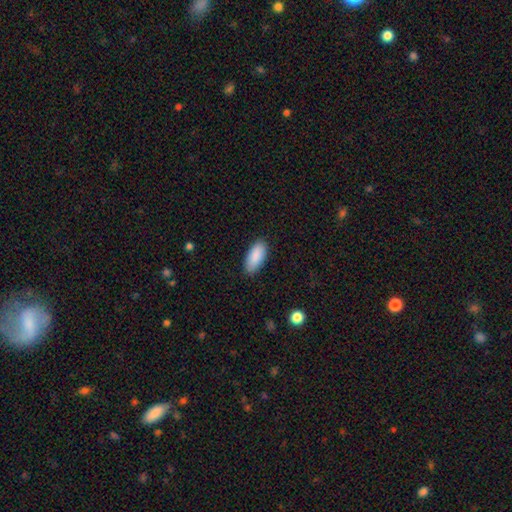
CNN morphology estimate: smooth-or-featured: smooth: 90% | star or artifact: 6% | featured or disk: 4%
  how-rounded: in between: 90% | cigar-shaped: 9% | round: 2%
  merging: none: 87% | minor disturbance: 10% | major disturbance: 2% | merger: 1%